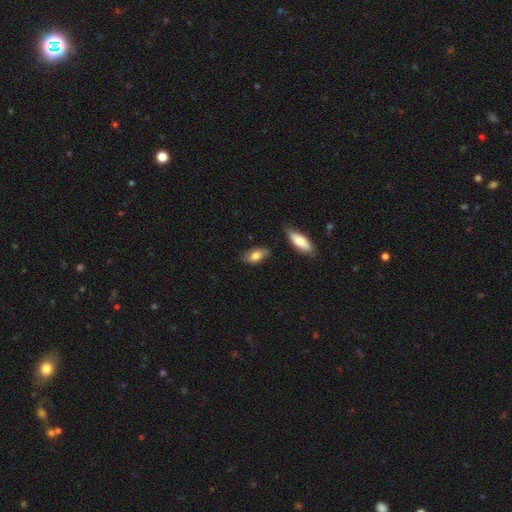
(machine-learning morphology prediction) A smooth galaxy with no disk features (75%) that is in between round and cigar-shaped (88%). Merging: none (75%).